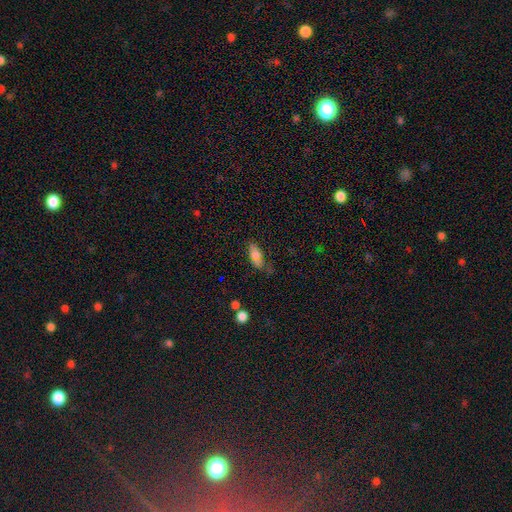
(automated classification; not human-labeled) Smooth or featured? smooth (74%)
How rounded? in between (77%)
Merging? none (58%)